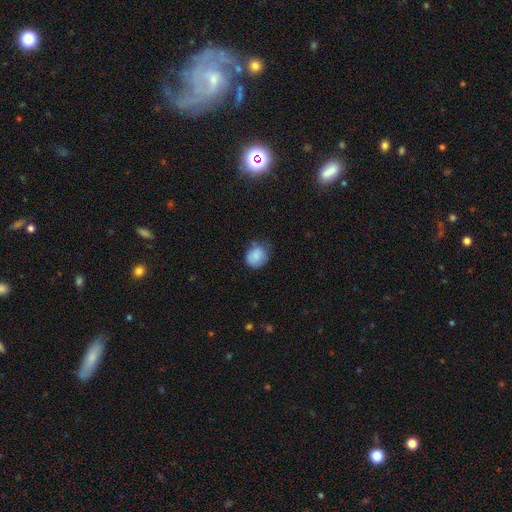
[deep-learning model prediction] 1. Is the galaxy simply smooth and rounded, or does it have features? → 83% smooth, 9% featured or disk, 8% star or artifact.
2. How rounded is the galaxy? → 70% round, 29% in between, 1% cigar-shaped.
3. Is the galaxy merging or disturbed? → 59% none, 31% minor disturbance, 7% major disturbance, 3% merger.